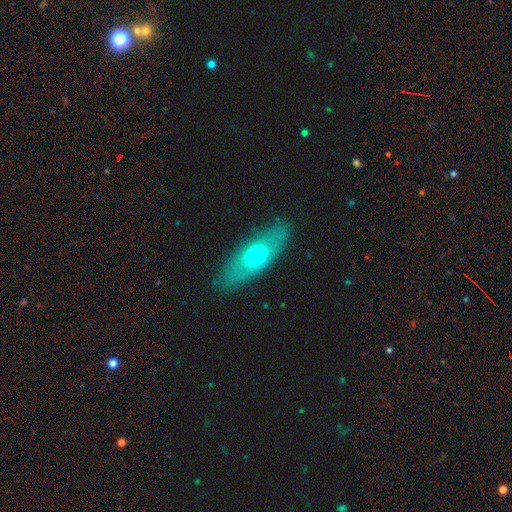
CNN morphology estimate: smooth_or_featured: smooth (p=0.55) [alt: featured or disk p=0.39]
how_rounded: in between (p=0.66) [alt: cigar-shaped p=0.30]
merging: none (p=0.83) [alt: minor disturbance p=0.11]